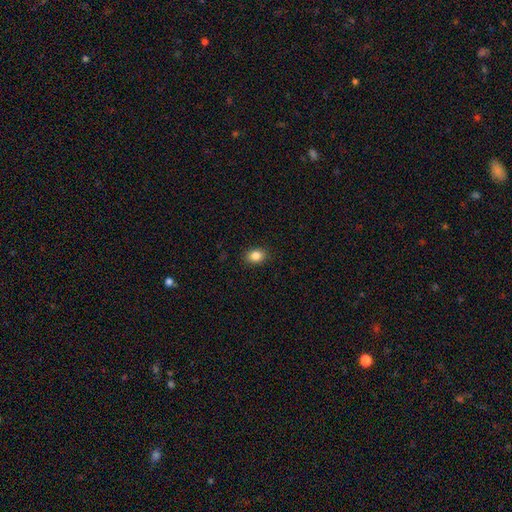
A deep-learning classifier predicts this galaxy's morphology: Q: Smooth or featured?
A: smooth (85%); runner-up: star or artifact (10%)
Q: How rounded?
A: in between (61%); runner-up: round (38%)
Q: Merging?
A: none (89%); runner-up: minor disturbance (8%)